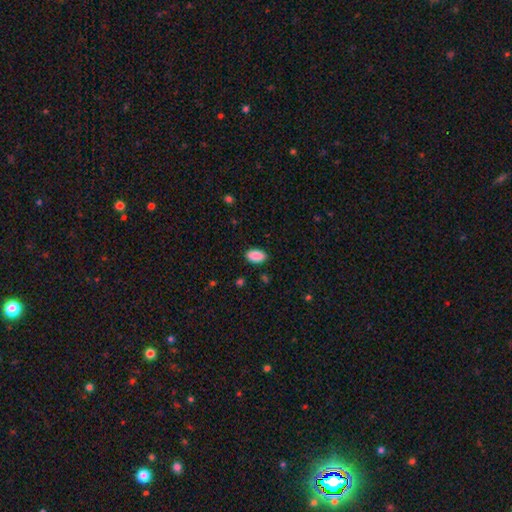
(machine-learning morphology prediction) Smooth or featured: smooth — 90% (star or artifact — 7%)
How rounded: in between — 94% (round — 4%)
Merging: none — 88% (minor disturbance — 9%)